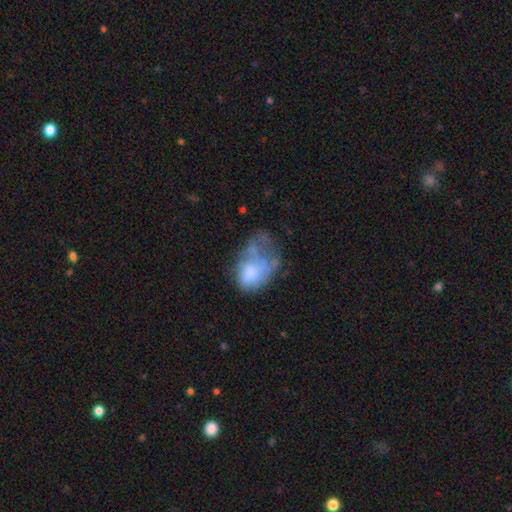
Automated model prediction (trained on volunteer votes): Smooth or featured?
  - smooth: 45% *
  - featured or disk: 40%
  - star or artifact: 14%
Merging?
  - major disturbance: 39% *
  - none: 28%
  - minor disturbance: 24%
  - merger: 10%